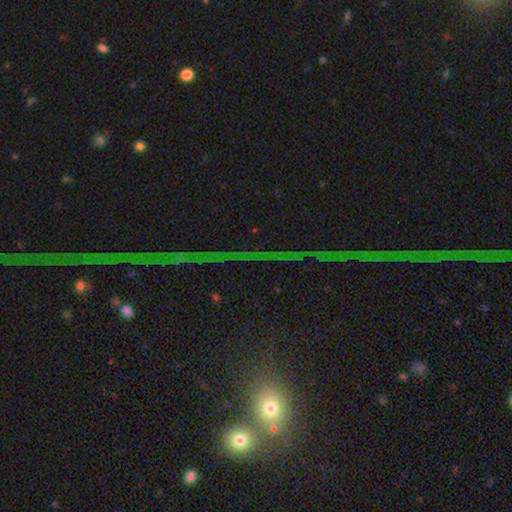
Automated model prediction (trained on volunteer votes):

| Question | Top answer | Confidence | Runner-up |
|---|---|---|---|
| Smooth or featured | star or artifact | 58% | smooth (25%) |